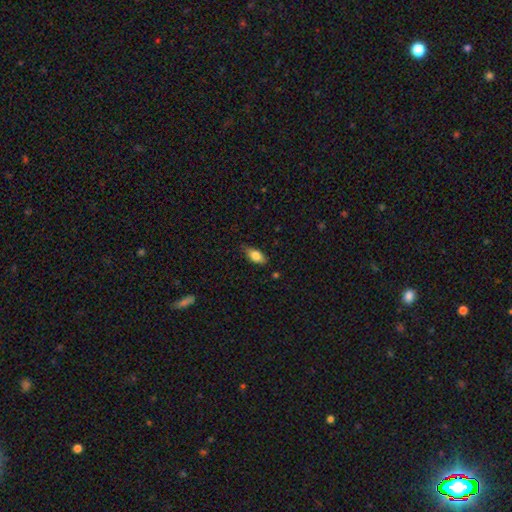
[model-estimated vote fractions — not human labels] smooth_or_featured: smooth (p=0.81) [alt: featured or disk p=0.11]
how_rounded: in between (p=0.88) [alt: cigar-shaped p=0.08]
merging: none (p=0.77) [alt: minor disturbance p=0.19]